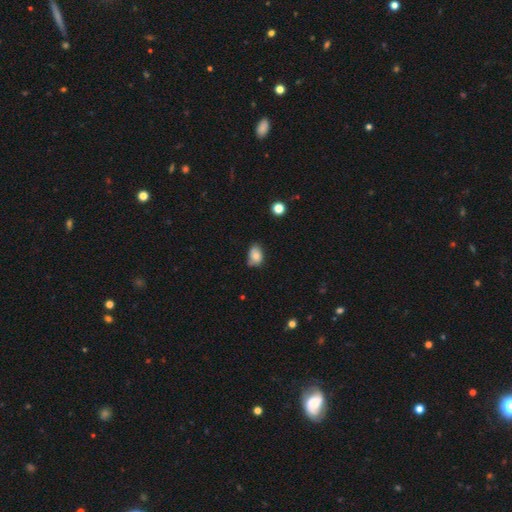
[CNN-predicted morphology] Smooth or featured? Predicted: smooth (p=0.76). How rounded? Predicted: in between (p=0.76). Merging? Predicted: none (p=0.52).